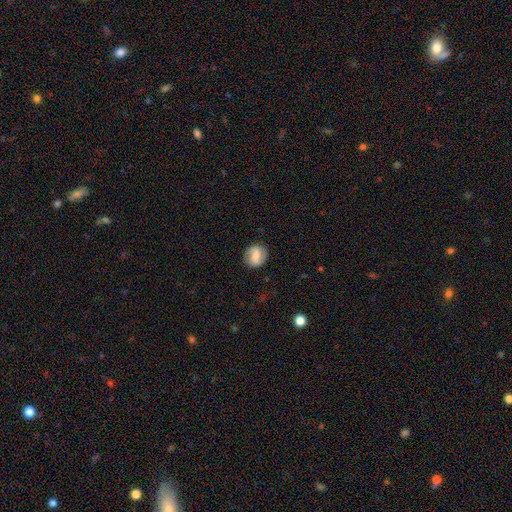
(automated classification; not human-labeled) Smooth or featured? Predicted: featured or disk (p=0.50). Merging? Predicted: none (p=0.85).